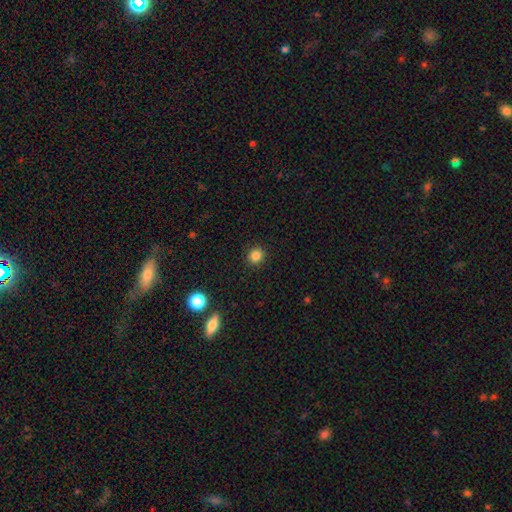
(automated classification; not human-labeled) This appears to be a smooth galaxy with no disk features (84%) that is round (89%). Merging: none (92%).